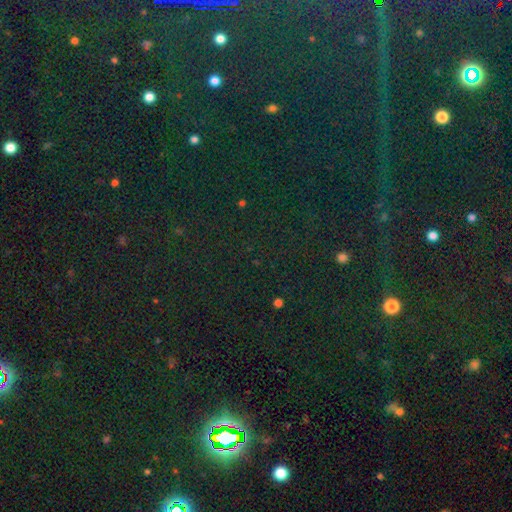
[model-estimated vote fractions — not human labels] Smooth or featured?
  - star or artifact: 82% *
  - smooth: 11%
  - featured or disk: 7%